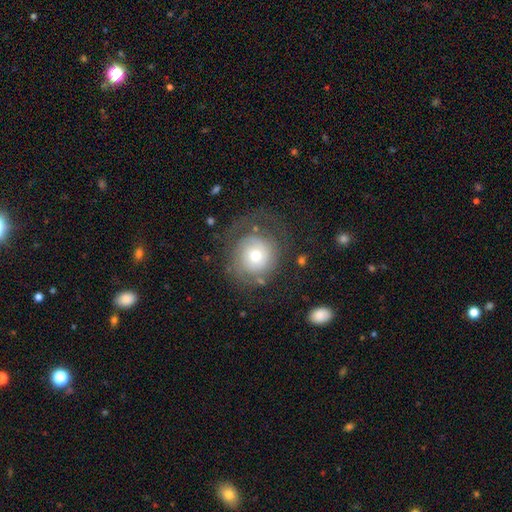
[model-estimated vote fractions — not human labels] Smooth or featured? featured or disk (57%)
Edge-on disk? no (97%)
Bar? no (81%)
Spiral arms? yes (79%)
Bulge size? moderate (59%)
Merging? none (58%)